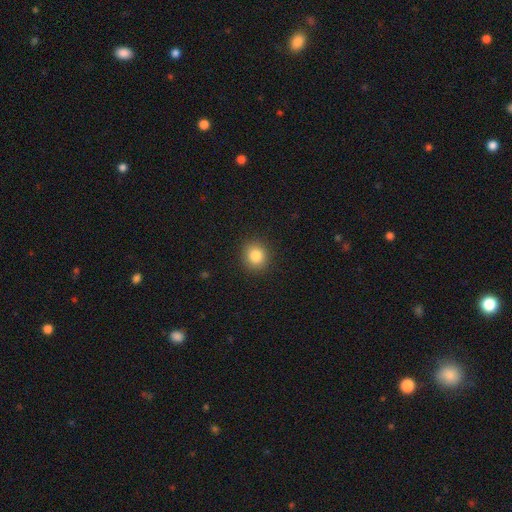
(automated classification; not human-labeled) smooth-or-featured: smooth: 84% | star or artifact: 10% | featured or disk: 5%
  how-rounded: round: 80% | in between: 19% | cigar-shaped: 1%
  merging: none: 90% | minor disturbance: 7% | major disturbance: 2% | merger: 1%